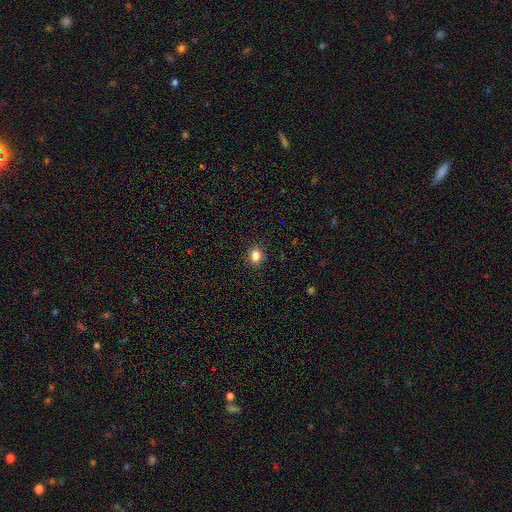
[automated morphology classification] A smooth galaxy with no disk features (84%) that is round (66%).

Vote fractions:
- Smooth or featured? smooth: 84% / star or artifact: 11% / featured or disk: 5%
- How rounded? round: 66% / in between: 33% / cigar-shaped: 1%
- Merging? none: 90% / minor disturbance: 7% / major disturbance: 2% / merger: 1%